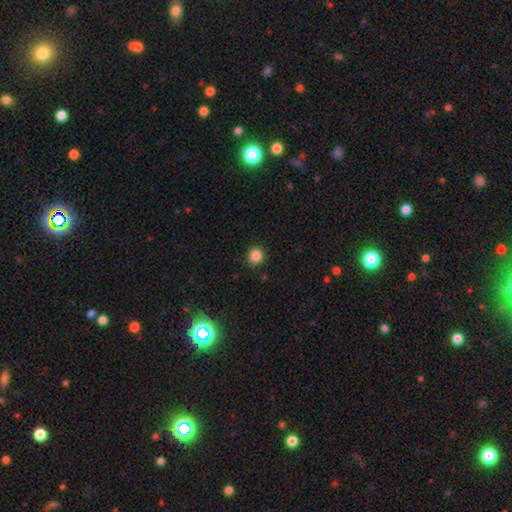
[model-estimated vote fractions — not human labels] This is clearly a smooth galaxy (86%). How rounded: clearly round (89%). Merging: clearly none (91%).